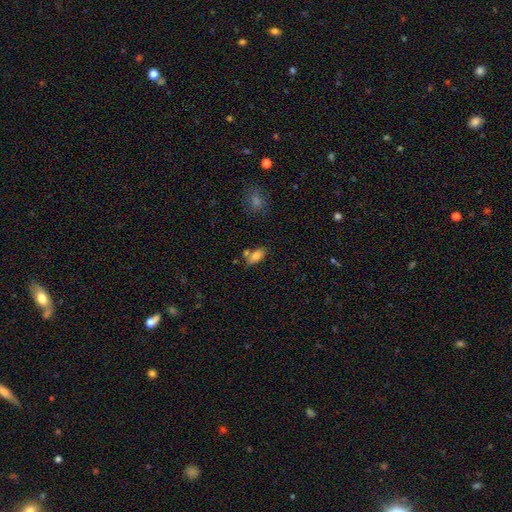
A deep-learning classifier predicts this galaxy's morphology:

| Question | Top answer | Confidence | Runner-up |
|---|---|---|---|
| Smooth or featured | smooth | 81% | featured or disk (11%) |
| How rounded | in between | 88% | cigar-shaped (9%) |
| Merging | none | 62% | merger (19%) |